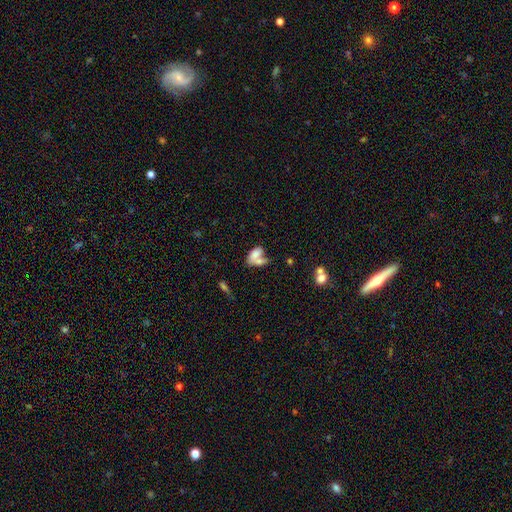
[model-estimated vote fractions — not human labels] Morphology: type=smooth (70%); roundness=in between (86%); merging=merger (58%).